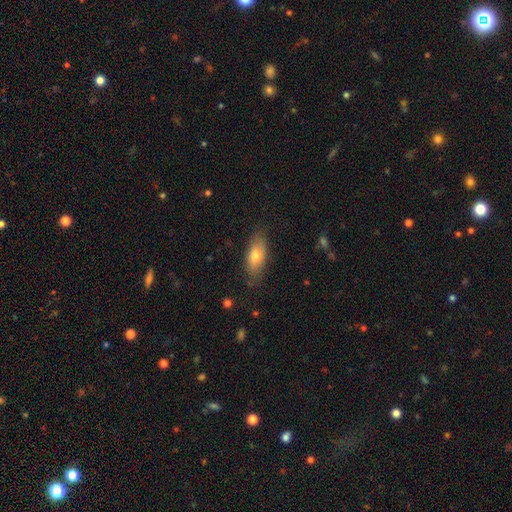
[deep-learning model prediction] Overall: smooth (74%). How rounded: in between (82%). Merging: none (79%).